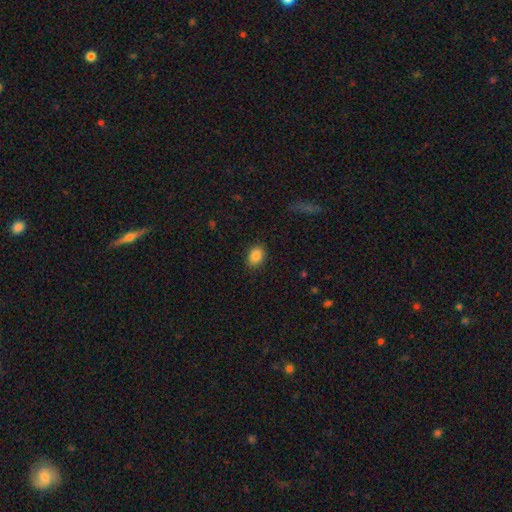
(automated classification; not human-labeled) smooth-or-featured: smooth: 86% | star or artifact: 9% | featured or disk: 4%
  how-rounded: in between: 65% | round: 34% | cigar-shaped: 1%
  merging: none: 86% | minor disturbance: 10% | major disturbance: 3% | merger: 1%